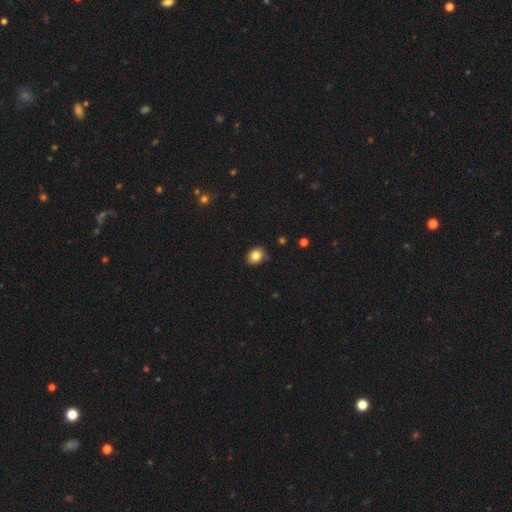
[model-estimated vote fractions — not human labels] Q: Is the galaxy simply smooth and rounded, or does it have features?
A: smooth — 82%.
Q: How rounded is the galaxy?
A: in between — 52%.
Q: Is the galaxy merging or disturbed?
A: none — 80%.